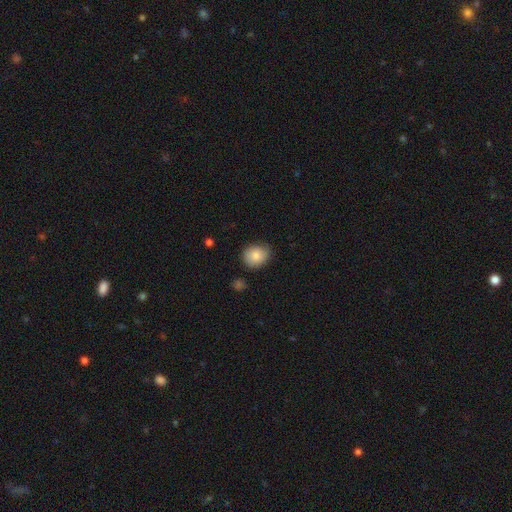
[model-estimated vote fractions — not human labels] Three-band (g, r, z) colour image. It shows a smooth galaxy with no disk features (85%) that is round (63%). Merging: none (77%).